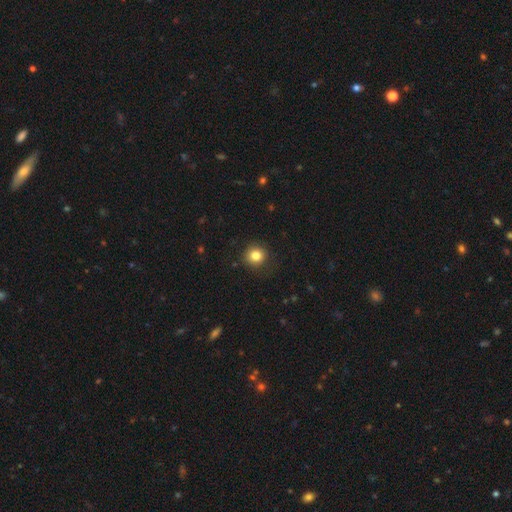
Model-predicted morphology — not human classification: Smooth or featured: smooth — 83% (star or artifact — 11%)
How rounded: round — 92% (in between — 7%)
Merging: none — 89% (minor disturbance — 8%)